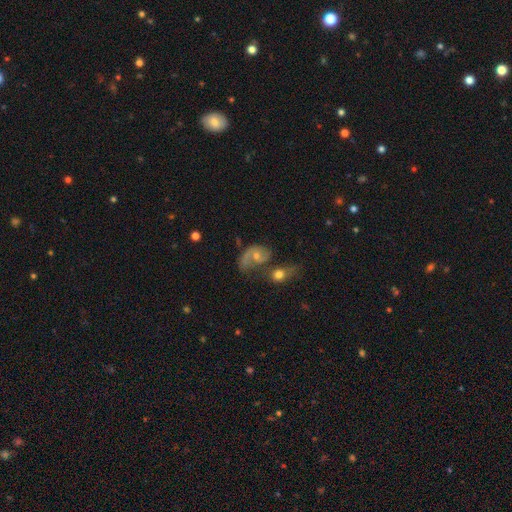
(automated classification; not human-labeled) Smooth or featured? Predicted: featured or disk (p=0.61). Edge-on disk? Predicted: no (p=0.96). Bar? Predicted: no (p=0.70). Spiral arms? Predicted: yes (p=0.80). Bulge size? Predicted: moderate (p=0.51). Merging? Predicted: merger (p=0.30).